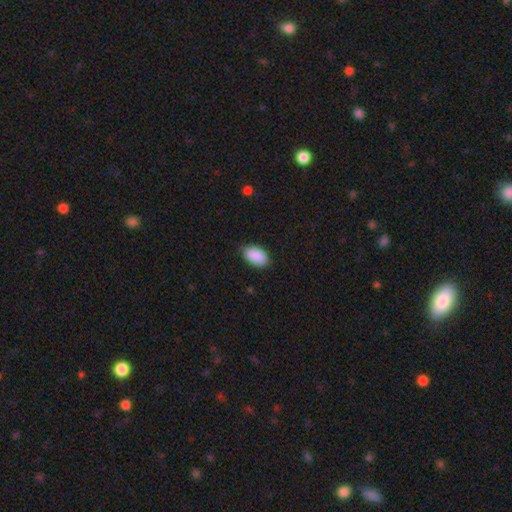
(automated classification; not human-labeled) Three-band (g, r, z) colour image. It shows a smooth galaxy with no disk features (91%) that is in between round and cigar-shaped (93%). Merging: none (82%).